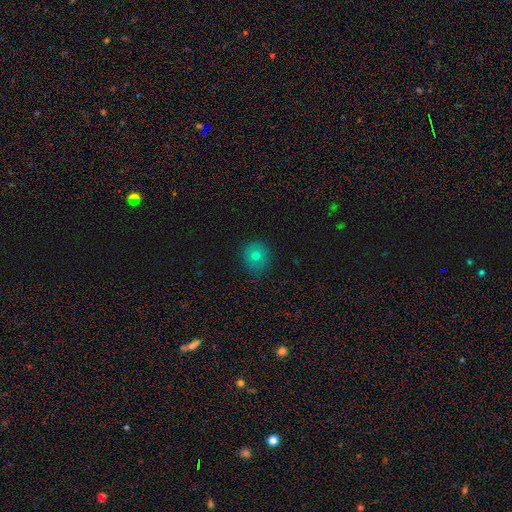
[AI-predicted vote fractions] Smooth or featured?
  - smooth: 73% *
  - star or artifact: 15%
  - featured or disk: 12%
How rounded?
  - round: 89% *
  - in between: 10%
  - cigar-shaped: 1%
Merging?
  - none: 81% *
  - minor disturbance: 14%
  - major disturbance: 3%
  - merger: 1%